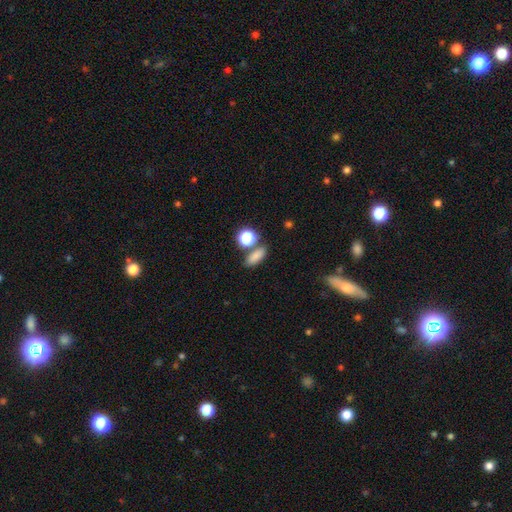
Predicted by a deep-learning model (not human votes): smooth_or_featured: smooth (p=0.81) [alt: star or artifact p=0.12]
how_rounded: in between (p=0.70) [alt: round p=0.17]
merging: none (p=0.67) [alt: merger p=0.17]